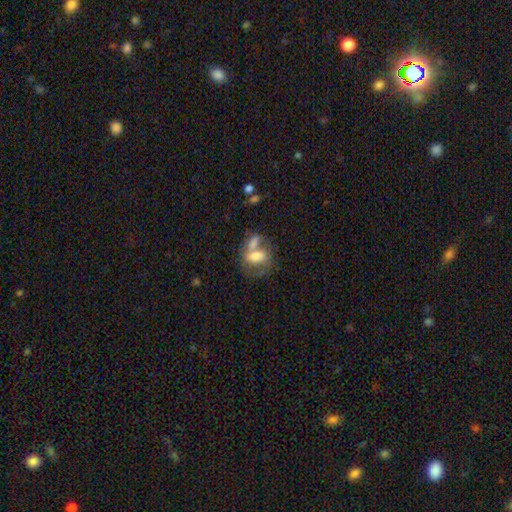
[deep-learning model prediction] smooth-or-featured: smooth: 58% | featured or disk: 32% | star or artifact: 9%
  how-rounded: in between: 76% | round: 20% | cigar-shaped: 4%
  merging: merger: 52% | none: 25% | minor disturbance: 12% | major disturbance: 11%